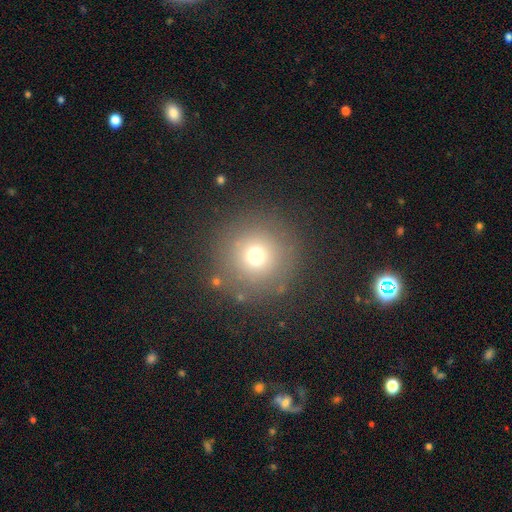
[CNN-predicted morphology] Smooth or featured? Predicted: smooth (p=0.69). How rounded? Predicted: round (p=0.96). Merging? Predicted: none (p=0.83).